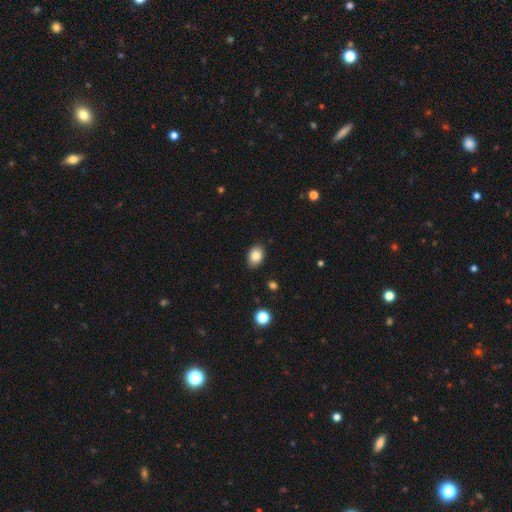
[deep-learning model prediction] smooth_or_featured: smooth (p=0.84) [alt: star or artifact p=0.09]
how_rounded: in between (p=0.74) [alt: round p=0.25]
merging: none (p=0.88) [alt: minor disturbance p=0.09]